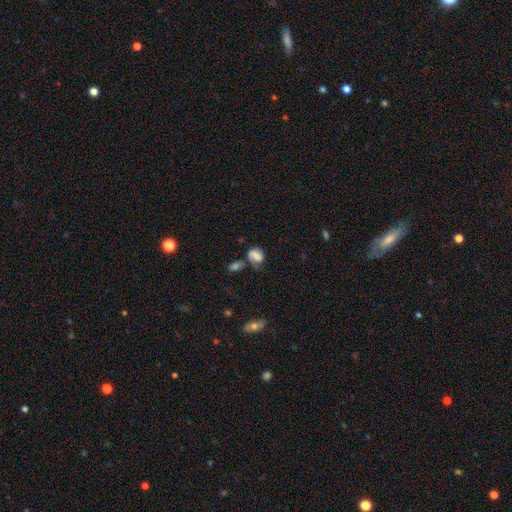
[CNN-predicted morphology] A smooth galaxy with no disk features (60%) that is in between round and cigar-shaped (73%).

Vote fractions:
- Smooth or featured? smooth: 60% / featured or disk: 27% / star or artifact: 13%
- How rounded? in between: 73% / round: 25% / cigar-shaped: 2%
- Merging? none: 34% / merger: 24% / minor disturbance: 22% / major disturbance: 20%